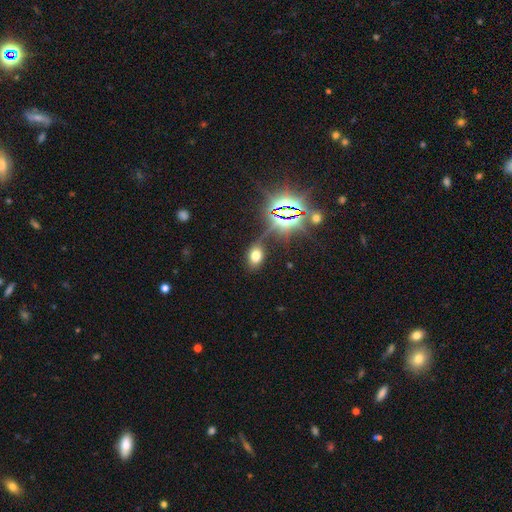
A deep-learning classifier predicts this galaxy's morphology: This is likely a smooth galaxy (62%). How rounded: likely in between (79%). Merging: likely none (68%).